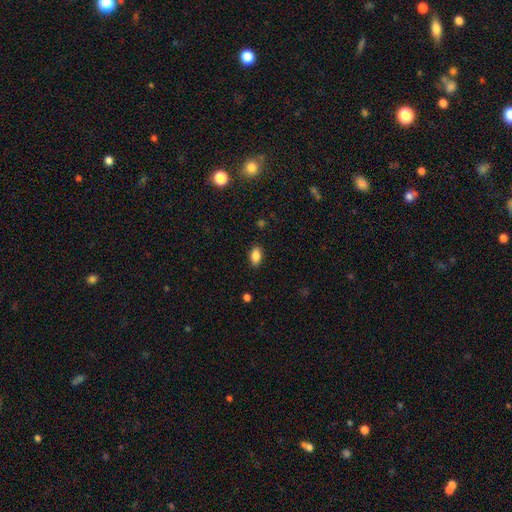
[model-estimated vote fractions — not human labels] The model was most divided on "smooth or featured": smooth: 86%, star or artifact: 9%, featured or disk: 5%. More confident: how rounded — in between (89%); merging — none (87%).